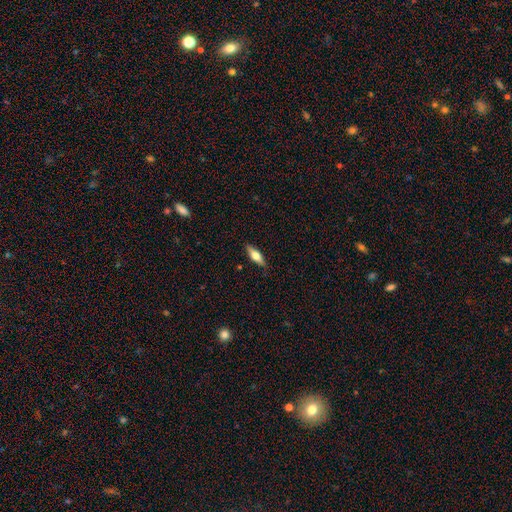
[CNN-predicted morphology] This is possibly a smooth galaxy (53%). How rounded: possibly in between (50%). Merging: clearly none (86%).